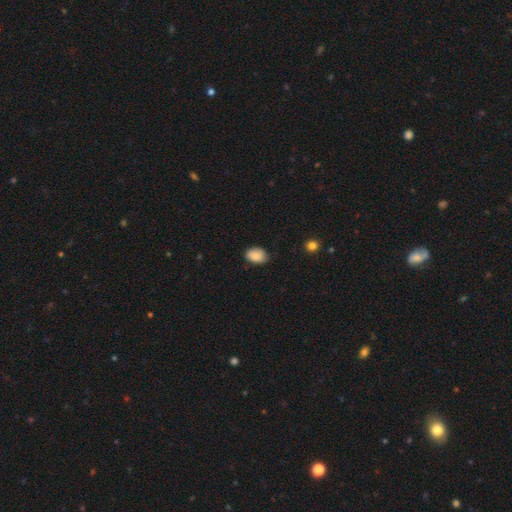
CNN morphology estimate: A smooth galaxy with no disk features (88%) that is in between round and cigar-shaped (77%).

Vote fractions:
- Smooth or featured? smooth: 88% / star or artifact: 7% / featured or disk: 5%
- How rounded? in between: 77% / round: 22% / cigar-shaped: 1%
- Merging? none: 76% / minor disturbance: 20% / major disturbance: 3% / merger: 1%